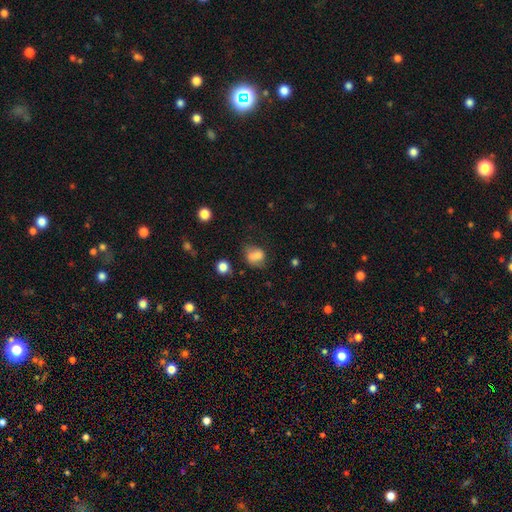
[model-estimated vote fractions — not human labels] smooth 73%, featured or disk 15%, star or artifact 12%. Down the decision tree: how rounded — in between (49%, tied with round); merging — none (46%).